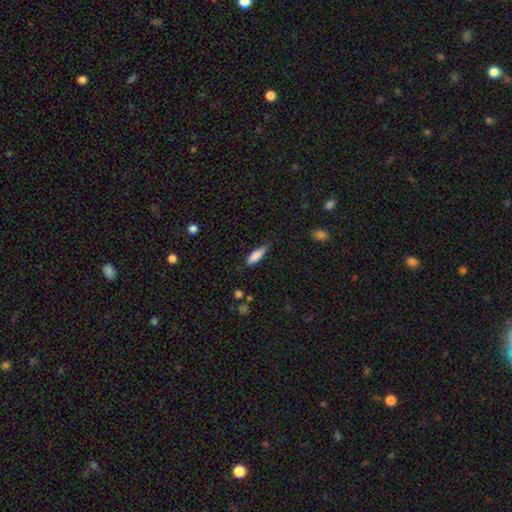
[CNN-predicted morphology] A smooth galaxy with no disk features (85%) that is in between round and cigar-shaped (51%).

Vote fractions:
- Smooth or featured? smooth: 85% / featured or disk: 8% / star or artifact: 7%
- How rounded? in between: 51% / cigar-shaped: 47% / round: 2%
- Merging? none: 69% / minor disturbance: 25% / major disturbance: 4% / merger: 2%